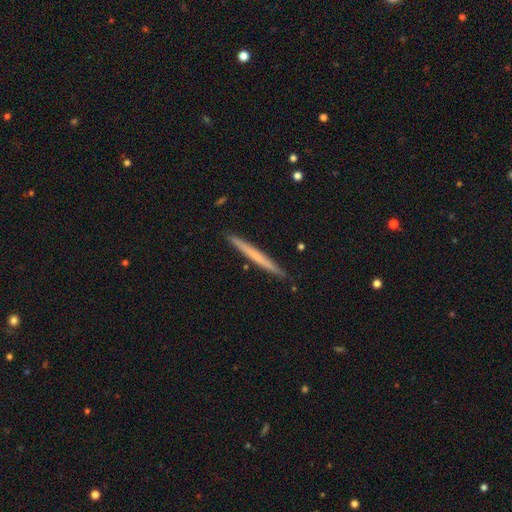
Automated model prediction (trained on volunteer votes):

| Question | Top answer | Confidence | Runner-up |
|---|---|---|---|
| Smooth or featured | smooth | 55% | featured or disk (40%) |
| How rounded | cigar-shaped | 97% | in between (1%) |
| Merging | none | 92% | minor disturbance (6%) |